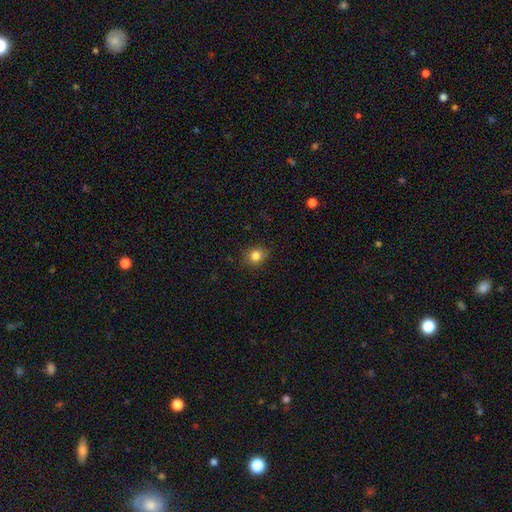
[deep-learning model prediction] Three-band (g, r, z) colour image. It shows a smooth galaxy with no disk features (83%) that is round (78%). Merging: none (83%).